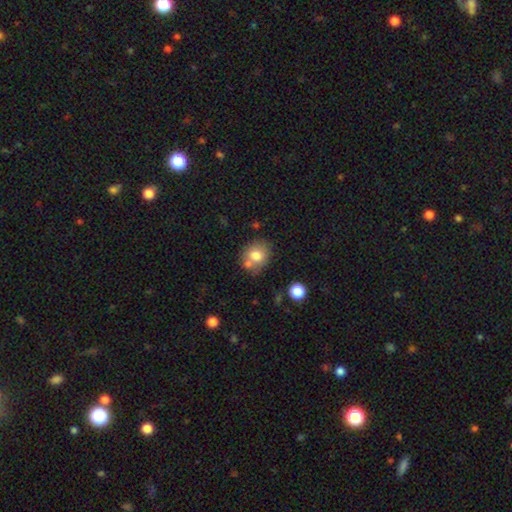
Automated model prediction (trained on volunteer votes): Smooth or featured? smooth (76%)
How rounded? round (67%)
Merging? none (64%)